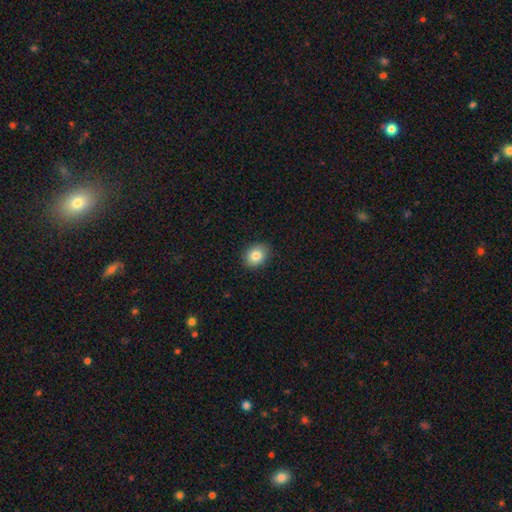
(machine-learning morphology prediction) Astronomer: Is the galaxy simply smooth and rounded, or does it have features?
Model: smooth — 83%.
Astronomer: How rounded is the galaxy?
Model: in between — 50% (runner-up: round, 49%).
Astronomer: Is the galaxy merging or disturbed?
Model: none — 89%.